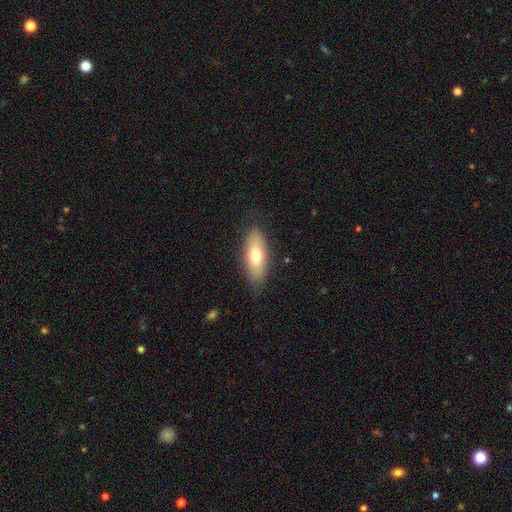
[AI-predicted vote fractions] smooth-or-featured: smooth: 69% | featured or disk: 25% | star or artifact: 7%
  how-rounded: in between: 74% | cigar-shaped: 23% | round: 3%
  merging: none: 80% | minor disturbance: 15% | major disturbance: 4% | merger: 1%